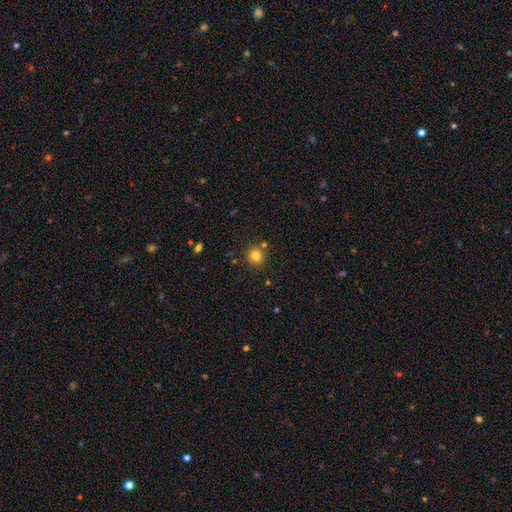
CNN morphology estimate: This appears to be a smooth galaxy with no disk features (80%) that is round (90%). Merging: none (84%).